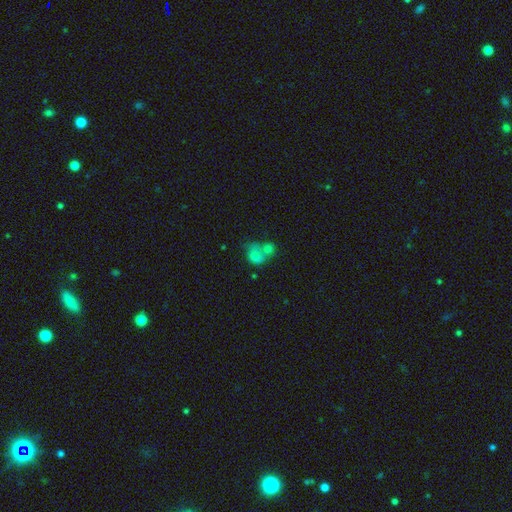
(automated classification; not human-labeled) smooth_or_featured: smooth (p=0.71) [alt: featured or disk p=0.18]
how_rounded: round (p=0.60) [alt: in between p=0.39]
merging: merger (p=0.64) [alt: none p=0.20]